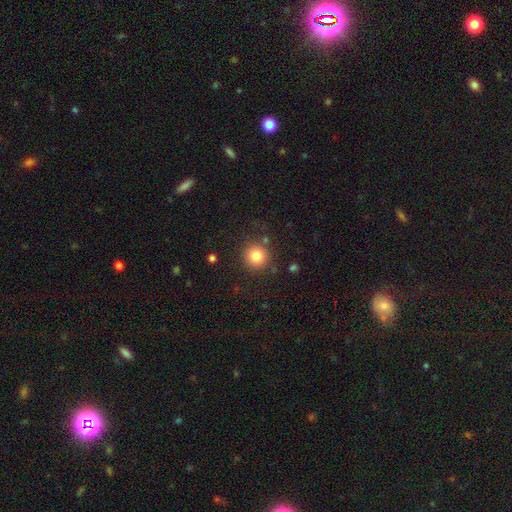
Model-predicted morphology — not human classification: Smooth or featured: smooth — 83% (star or artifact — 11%)
How rounded: round — 94% (in between — 5%)
Merging: none — 85% (minor disturbance — 9%)